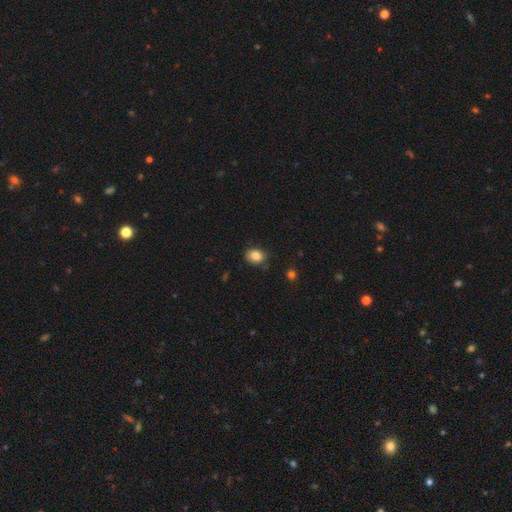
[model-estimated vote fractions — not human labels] Smooth or featured? smooth (85%)
How rounded? in between (62%)
Merging? none (79%)